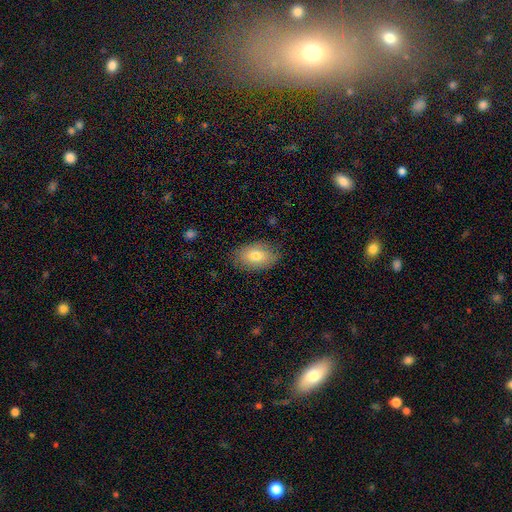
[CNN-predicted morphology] Smooth or featured? smooth (77%)
How rounded? in between (90%)
Merging? none (82%)